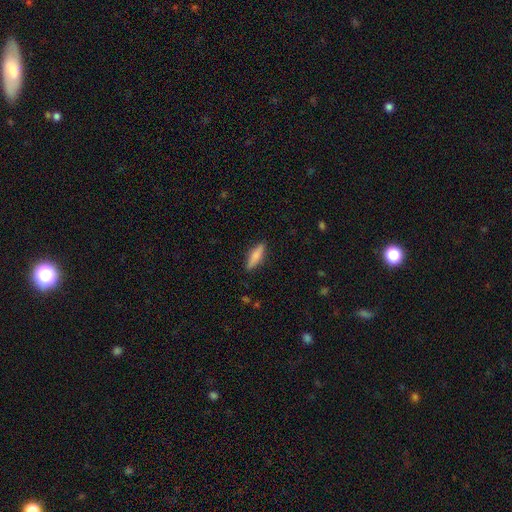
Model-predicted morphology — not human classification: This appears to be a smooth galaxy with no disk features (75%) that is cigar-shaped (61%). Merging: none (86%).